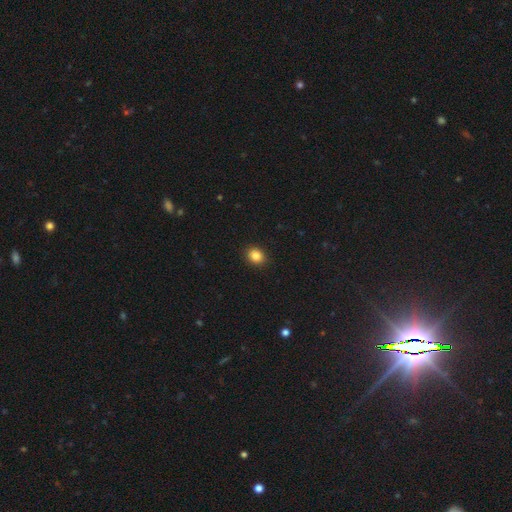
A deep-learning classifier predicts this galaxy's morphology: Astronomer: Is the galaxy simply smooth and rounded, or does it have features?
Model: smooth — 85%.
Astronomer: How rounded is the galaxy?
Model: round — 61% (runner-up: in between, 38%).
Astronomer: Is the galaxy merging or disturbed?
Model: none — 91%.